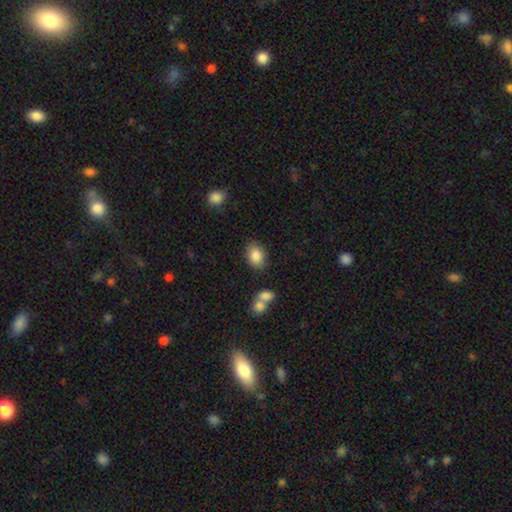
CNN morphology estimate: smooth 86%, star or artifact 8%, featured or disk 6%. Down the decision tree: how rounded — in between (74%); merging — none (79%).